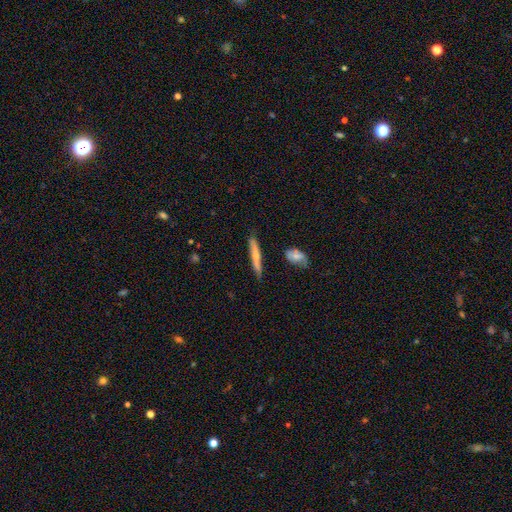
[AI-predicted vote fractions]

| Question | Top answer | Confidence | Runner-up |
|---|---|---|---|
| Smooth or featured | smooth | 57% | featured or disk (37%) |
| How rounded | cigar-shaped | 92% | in between (6%) |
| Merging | none | 80% | minor disturbance (15%) |